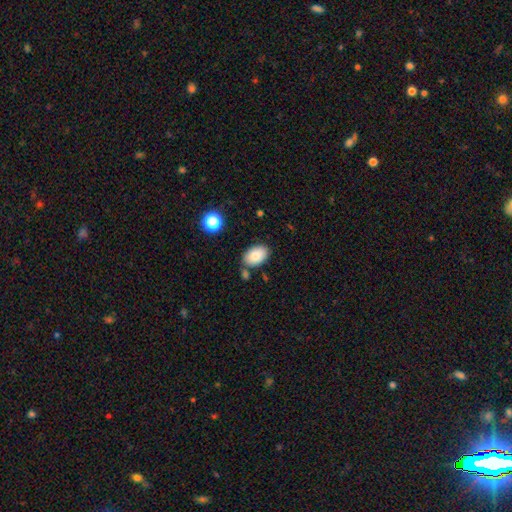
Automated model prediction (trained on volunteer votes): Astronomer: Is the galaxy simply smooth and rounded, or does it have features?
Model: smooth — 86%.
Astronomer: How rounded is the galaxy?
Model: in between — 91%.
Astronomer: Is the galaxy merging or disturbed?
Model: none — 77%.